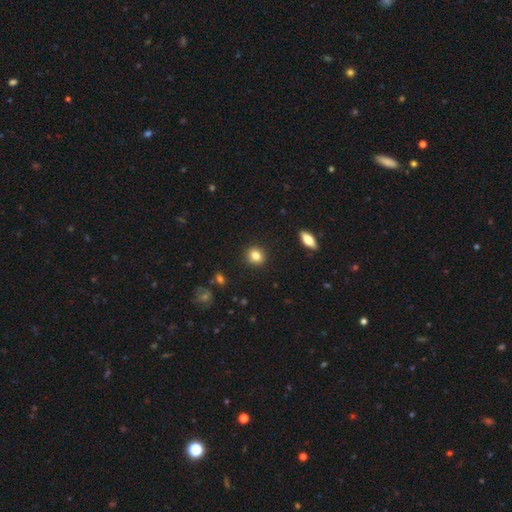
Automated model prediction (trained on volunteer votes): Smooth or featured? smooth (82%)
How rounded? round (79%)
Merging? none (90%)